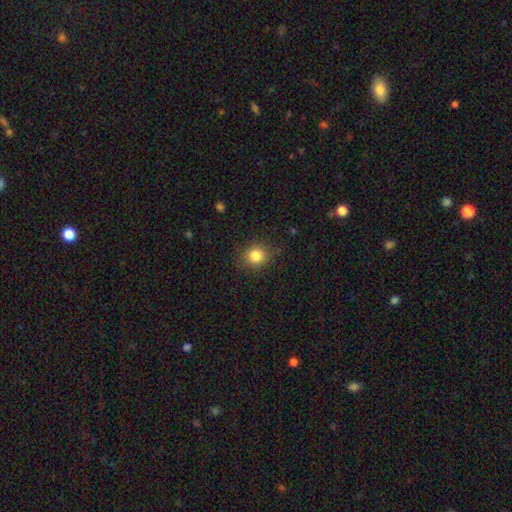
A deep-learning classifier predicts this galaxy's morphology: Overall: smooth (84%). How rounded: round (80%). Merging: none (86%).